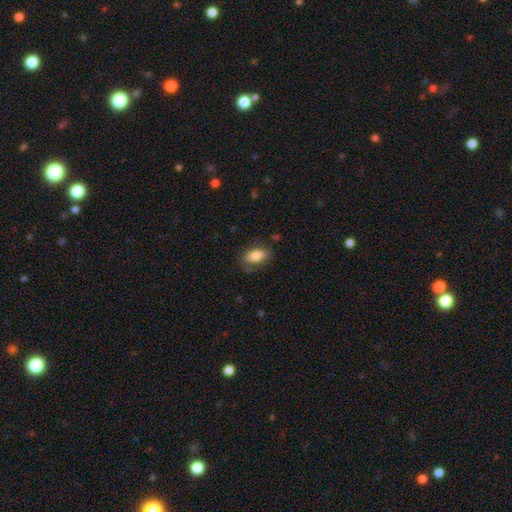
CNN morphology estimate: This is clearly a smooth galaxy (81%). How rounded: clearly in between (89%). Merging: likely none (78%).